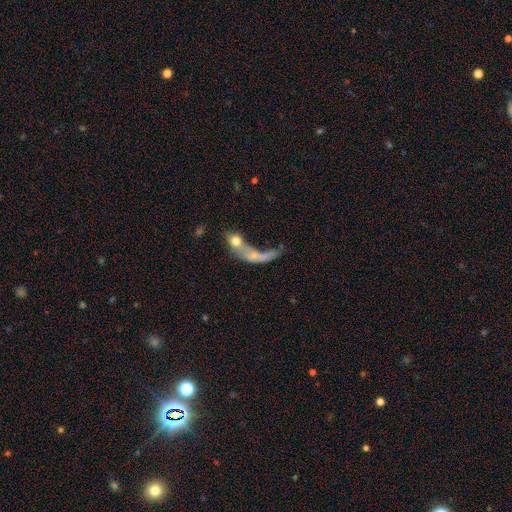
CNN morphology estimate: smooth_or_featured: smooth (p=0.52) [alt: featured or disk p=0.36]
how_rounded: in between (p=0.50) [alt: cigar-shaped p=0.31]
merging: merger (p=0.51) [alt: major disturbance p=0.28]